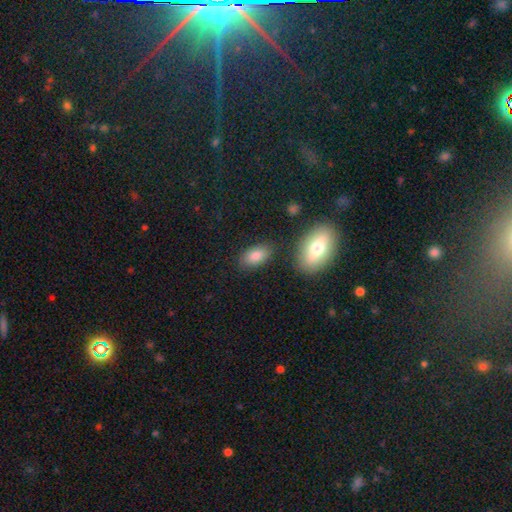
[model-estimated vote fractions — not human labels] A smooth galaxy with no disk features (85%) that is in between round and cigar-shaped (92%). Merging: none (81%).